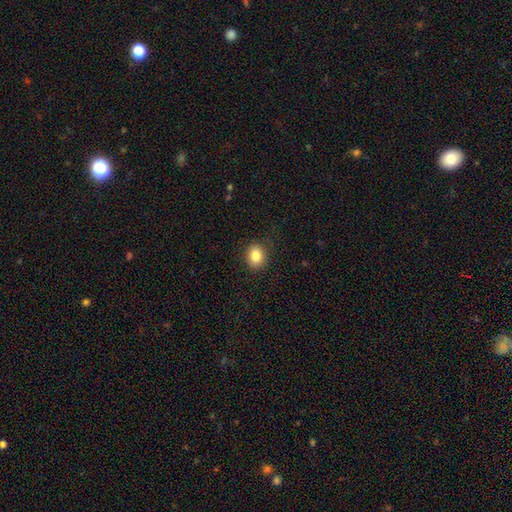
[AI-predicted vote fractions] Morphology: type=smooth (85%); roundness=round (58%); merging=none (88%).